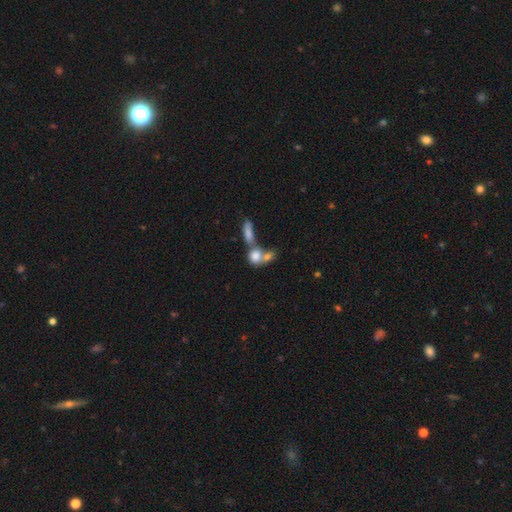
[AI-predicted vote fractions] Smooth or featured? Predicted: smooth (p=0.74). How rounded? Predicted: in between (p=0.48). Merging? Predicted: merger (p=0.63).